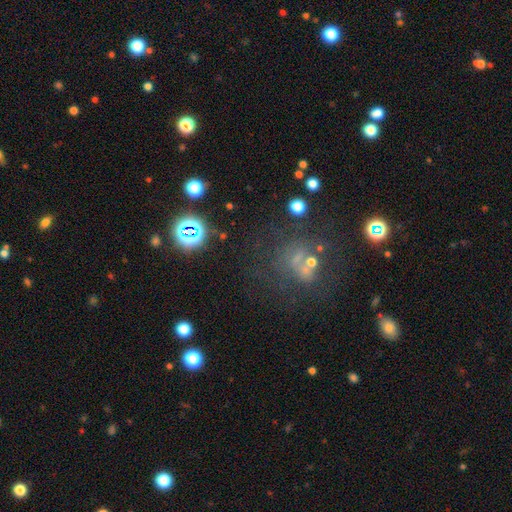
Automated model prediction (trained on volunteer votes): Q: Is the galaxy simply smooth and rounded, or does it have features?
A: star or artifact — 53%.